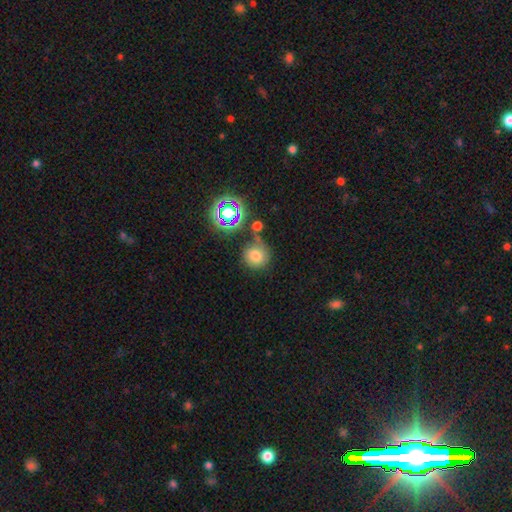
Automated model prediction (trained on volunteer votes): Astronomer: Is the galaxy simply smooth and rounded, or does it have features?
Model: smooth — 73%.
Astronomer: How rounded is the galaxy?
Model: round — 90%.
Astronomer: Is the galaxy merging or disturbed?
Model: none — 68%.